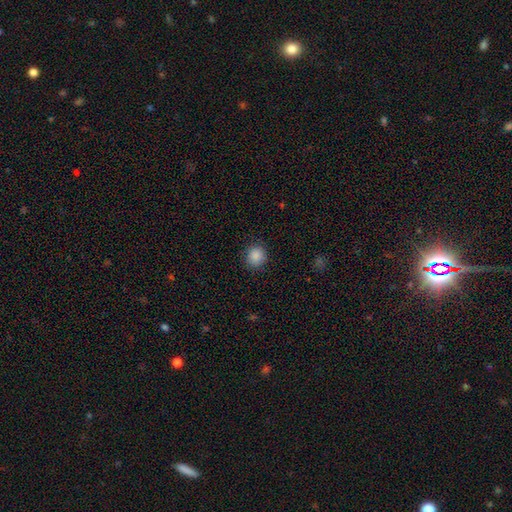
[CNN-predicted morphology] The model was most divided on "smooth or featured": smooth: 88%, star or artifact: 9%, featured or disk: 3%. More confident: merging — none (89%); how rounded — round (89%).